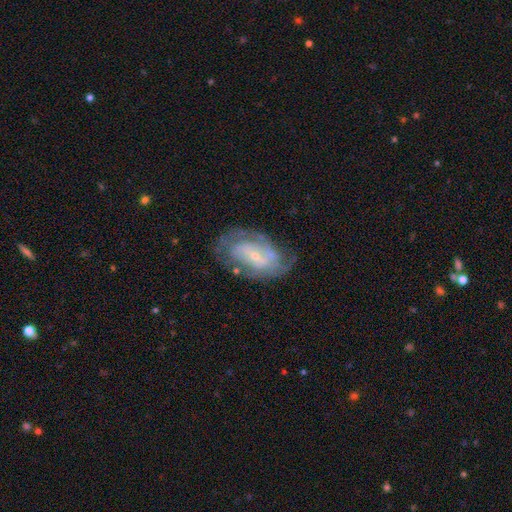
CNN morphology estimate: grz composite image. It shows a featured or disk galaxy (75%) with no bar (62%), tight (56%) spiral arms (77%) and a small central bulge (73%). Merging: none (60%).